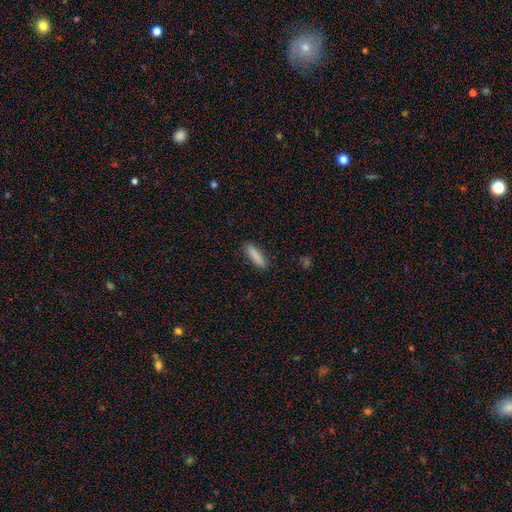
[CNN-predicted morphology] This is clearly a smooth galaxy (88%). How rounded: likely cigar-shaped (64%). Merging: clearly none (88%).